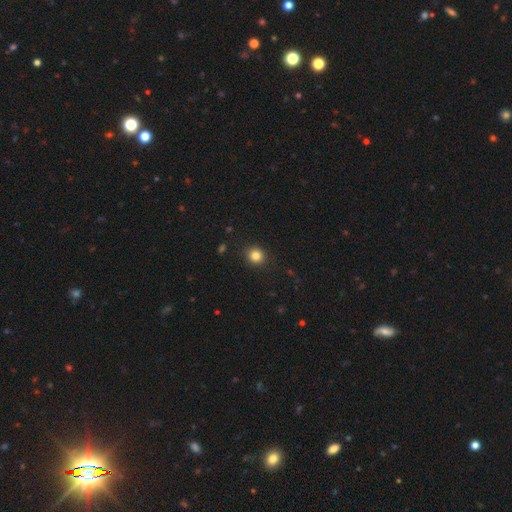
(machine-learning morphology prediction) Overall: smooth (83%). How rounded: round (87%). Merging: none (90%).